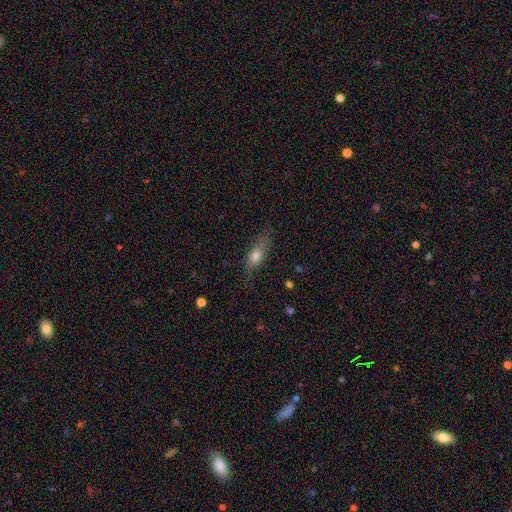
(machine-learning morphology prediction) This is likely a smooth galaxy (65%). How rounded: possibly in between (57%). Merging: likely none (70%).